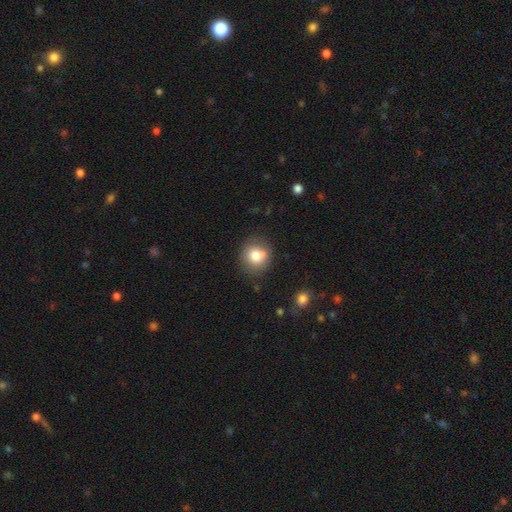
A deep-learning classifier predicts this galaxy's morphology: Smooth or featured? smooth (78%)
How rounded? round (81%)
Merging? none (71%)